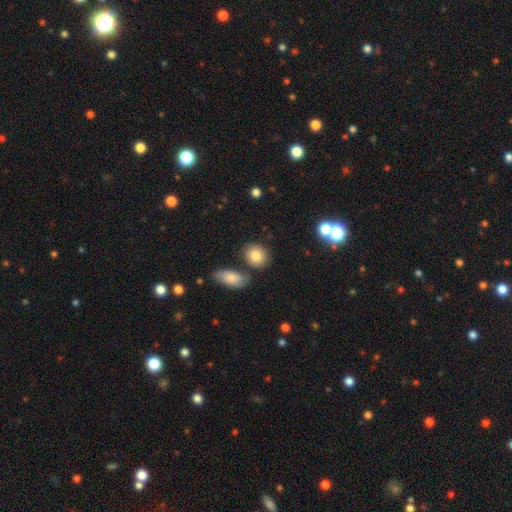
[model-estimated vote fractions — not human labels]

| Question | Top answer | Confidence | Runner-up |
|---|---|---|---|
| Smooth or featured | smooth | 83% | star or artifact (8%) |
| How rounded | round | 57% | in between (41%) |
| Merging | none | 74% | minor disturbance (12%) |